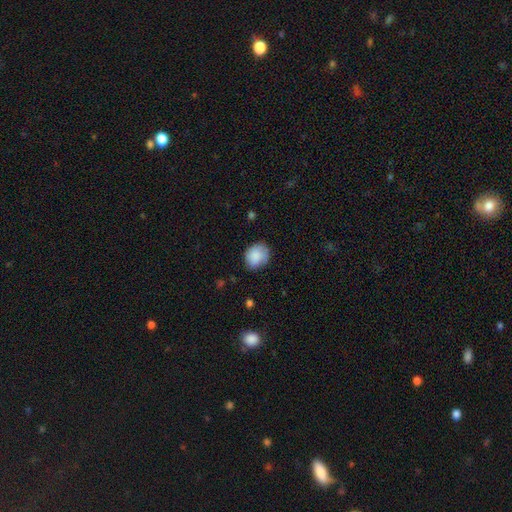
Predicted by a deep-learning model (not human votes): Overall: smooth (82%). How rounded: round (58%; in between 41%). Merging: none (68%).